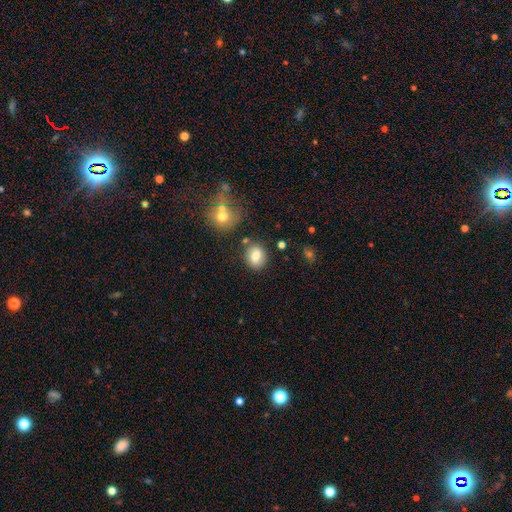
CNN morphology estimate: Overall: smooth (78%). How rounded: round (58%; in between 41%). Merging: none (79%).